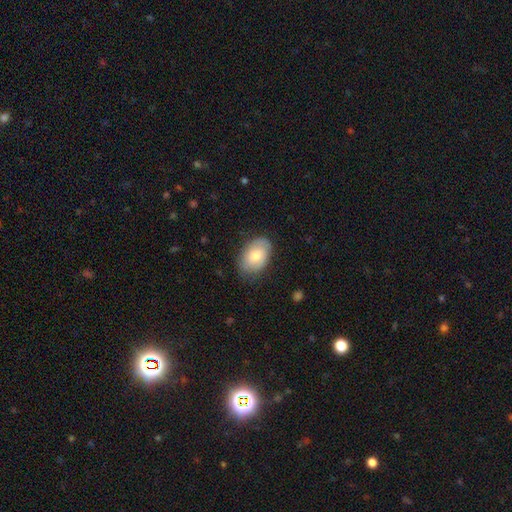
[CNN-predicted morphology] Smooth or featured: smooth — 70% (featured or disk — 24%)
How rounded: in between — 87% (round — 12%)
Merging: none — 77% (minor disturbance — 18%)